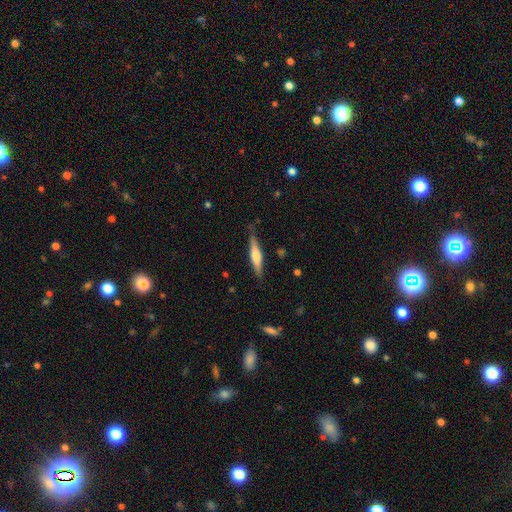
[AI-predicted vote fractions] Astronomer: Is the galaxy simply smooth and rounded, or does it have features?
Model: featured or disk — 48% (runner-up: smooth, 46%).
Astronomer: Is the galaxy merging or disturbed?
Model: none — 83%.